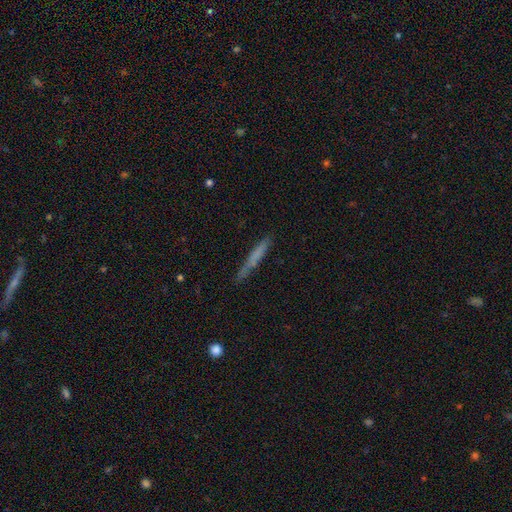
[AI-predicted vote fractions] Smooth or featured? smooth (60%)
How rounded? cigar-shaped (95%)
Merging? none (77%)